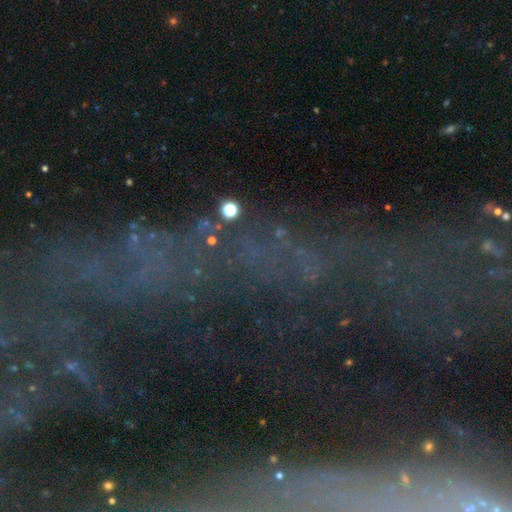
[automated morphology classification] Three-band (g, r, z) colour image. It shows a star or artifact, not a galaxy (58%).